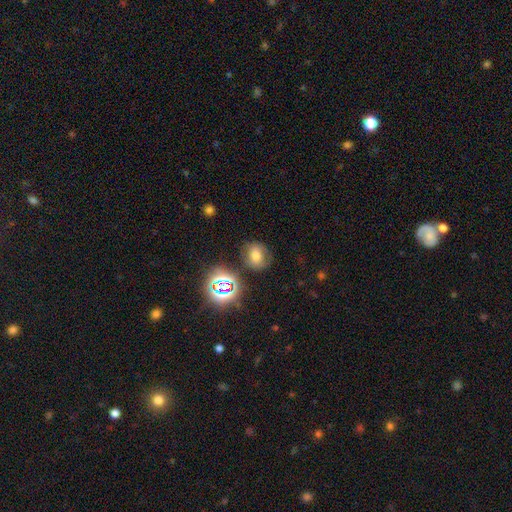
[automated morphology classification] A smooth galaxy with no disk features (60%) that is round (67%). Merging: none (75%).